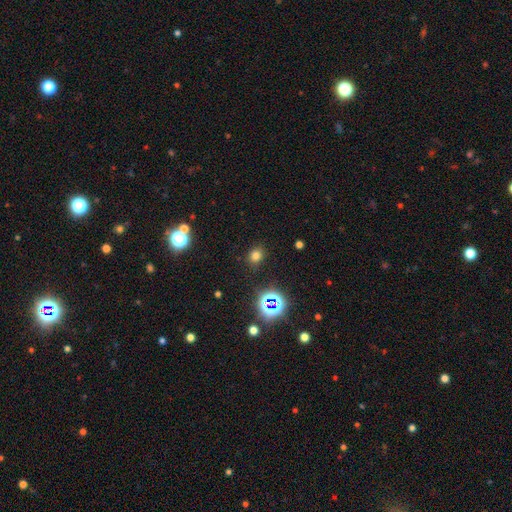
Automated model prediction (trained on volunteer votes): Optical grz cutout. It shows a smooth galaxy with no disk features (71%) that is round (70%). Merging: none (88%).